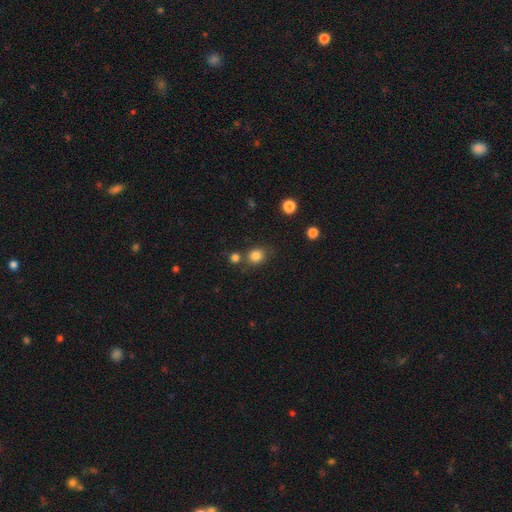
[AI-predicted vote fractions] Morphology: type=smooth (83%); roundness=round (78%); merging=none (72%).